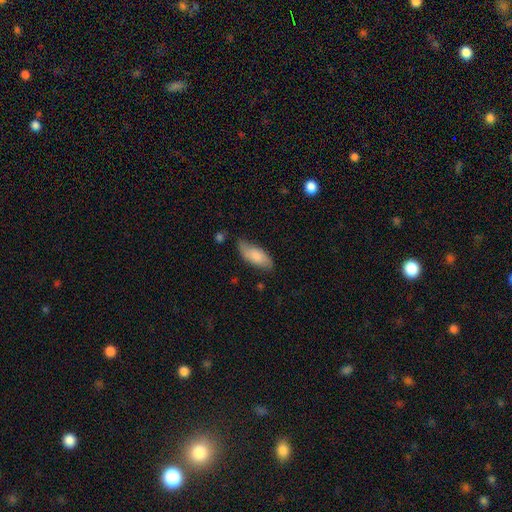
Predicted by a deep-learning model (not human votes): smooth_or_featured: smooth (p=0.77) [alt: featured or disk p=0.17]
how_rounded: in between (p=0.79) [alt: cigar-shaped p=0.19]
merging: none (p=0.65) [alt: minor disturbance p=0.28]